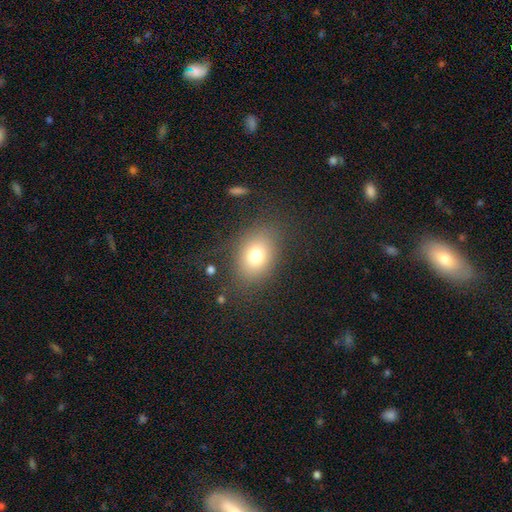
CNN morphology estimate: This appears to be a smooth galaxy with no disk features (75%) that is in between round and cigar-shaped (62%). Merging: none (78%).